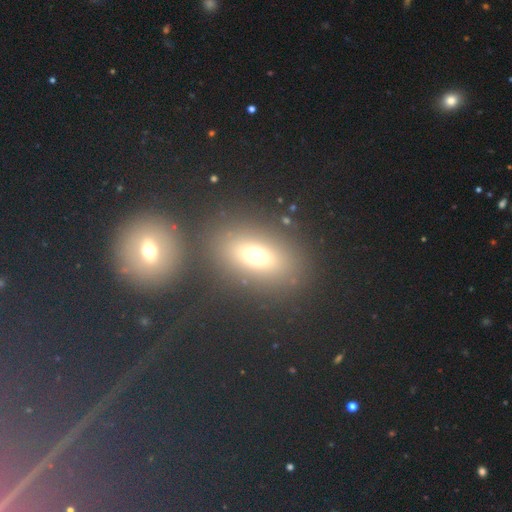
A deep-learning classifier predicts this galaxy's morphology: This is likely a smooth galaxy (63%). How rounded: likely in between (70%). Merging: likely none (73%).